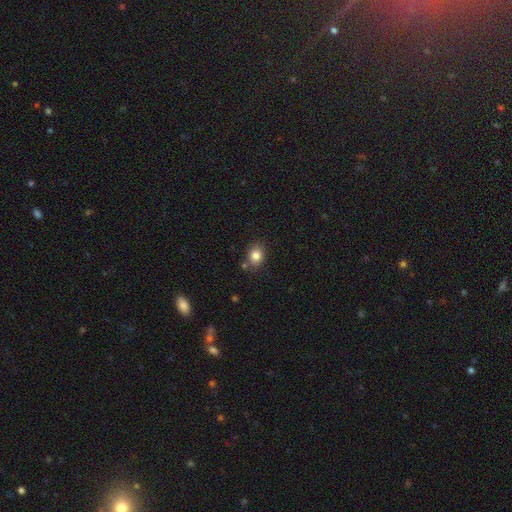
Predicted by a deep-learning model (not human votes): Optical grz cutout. It shows a smooth galaxy with no disk features (82%) that is round (54%). Merging: none (75%).